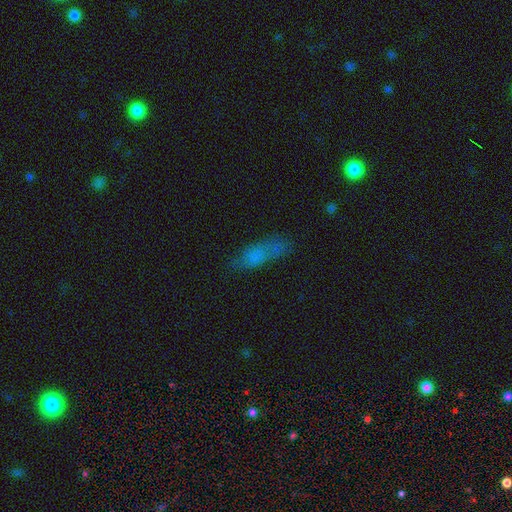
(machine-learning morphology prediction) A smooth galaxy with no disk features (72%) that is in between round and cigar-shaped (53%). Merging: none (67%).